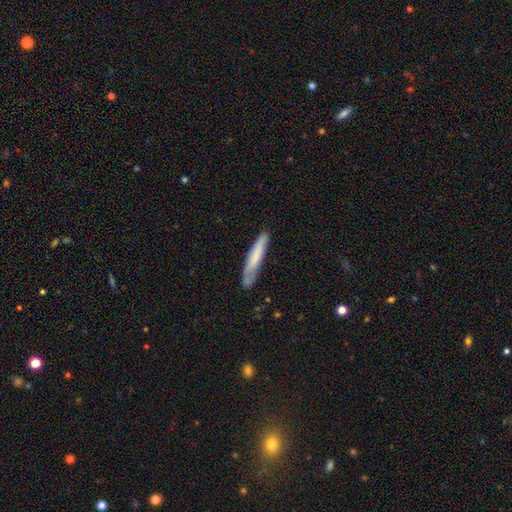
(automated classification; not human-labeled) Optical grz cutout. It shows a smooth galaxy with no disk features (67%) that is cigar-shaped (91%). Merging: none (74%).